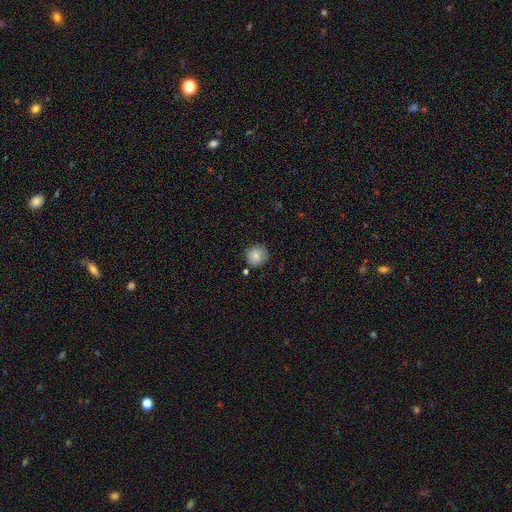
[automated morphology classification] smooth 85%, star or artifact 8%, featured or disk 7%. Down the decision tree: how rounded — round (94%); merging — none (83%).